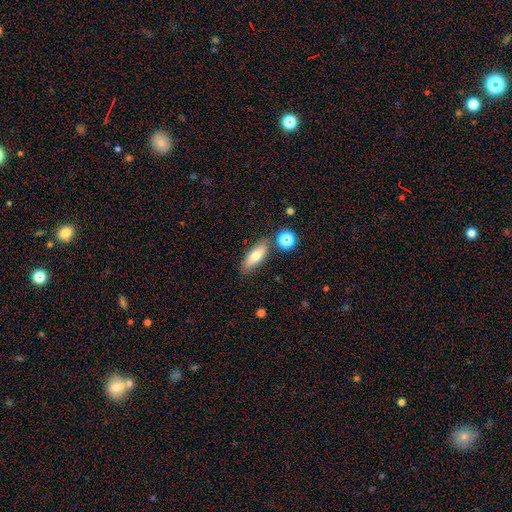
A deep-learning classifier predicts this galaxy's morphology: smooth-or-featured: smooth: 70% | featured or disk: 21% | star or artifact: 9%
  how-rounded: in between: 68% | cigar-shaped: 28% | round: 4%
  merging: none: 80% | minor disturbance: 12% | merger: 6% | major disturbance: 3%